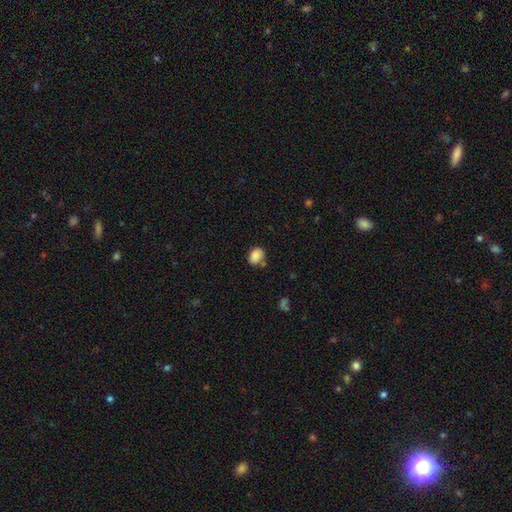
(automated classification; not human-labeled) Overall: smooth (86%). How rounded: in between (63%; round 36%). Merging: none (69%).